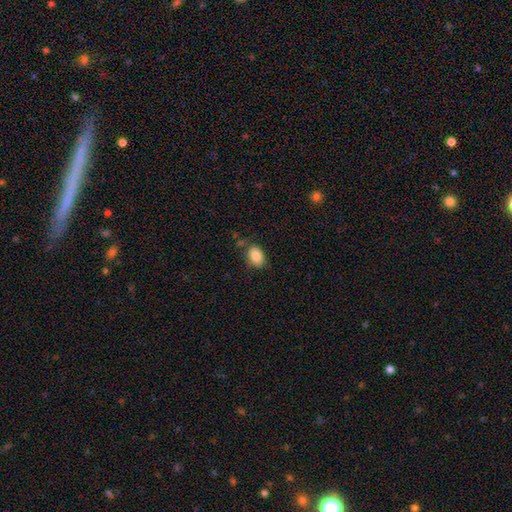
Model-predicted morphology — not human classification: This appears to be a smooth galaxy with no disk features (86%) that is in between round and cigar-shaped (81%). Merging: none (72%).